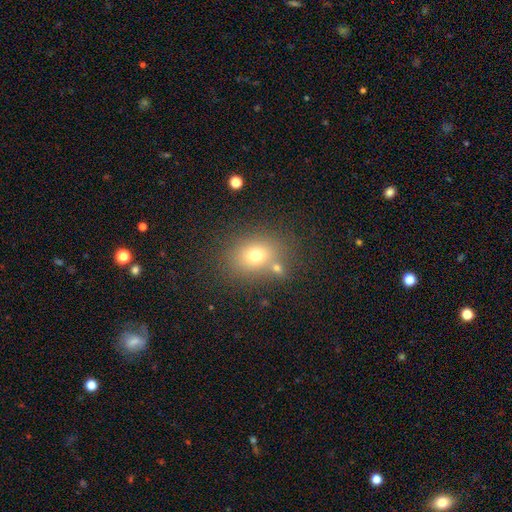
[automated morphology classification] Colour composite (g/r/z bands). It shows a smooth galaxy with no disk features (70%) that is round (50%). Merging: none (69%).